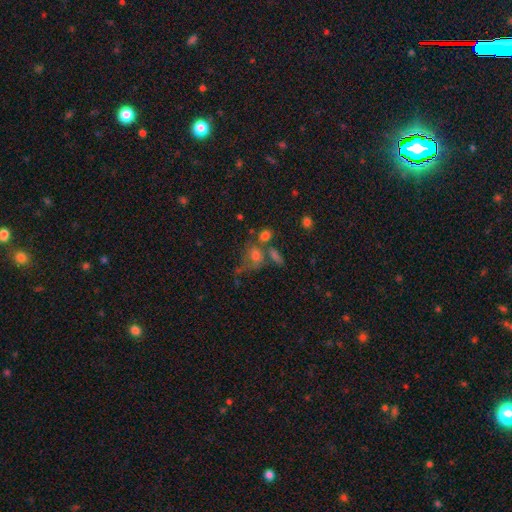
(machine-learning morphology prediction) Q: Smooth or featured?
A: smooth (63%); runner-up: featured or disk (22%)
Q: How rounded?
A: in between (51%); runner-up: round (47%)
Q: Merging?
A: none (33%); runner-up: merger (30%)